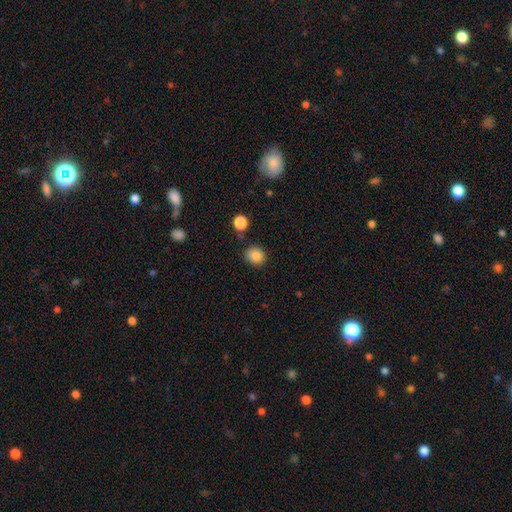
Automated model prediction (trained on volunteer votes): Morphology: type=smooth (86%); roundness=round (72%); merging=none (81%).